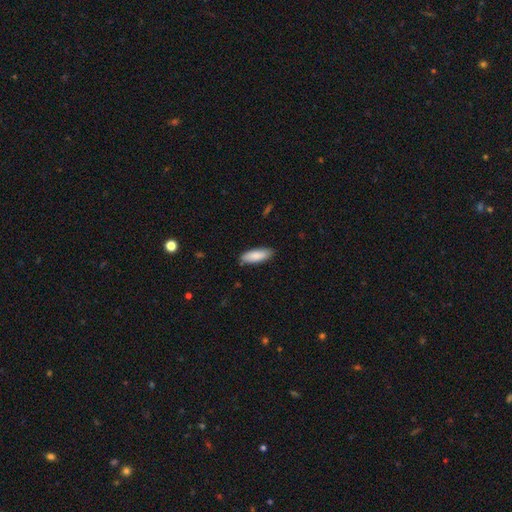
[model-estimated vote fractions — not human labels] The model was most divided on "how rounded": in between: 64%, cigar-shaped: 34%, round: 1%. More confident: smooth or featured — smooth (87%); merging — none (85%).